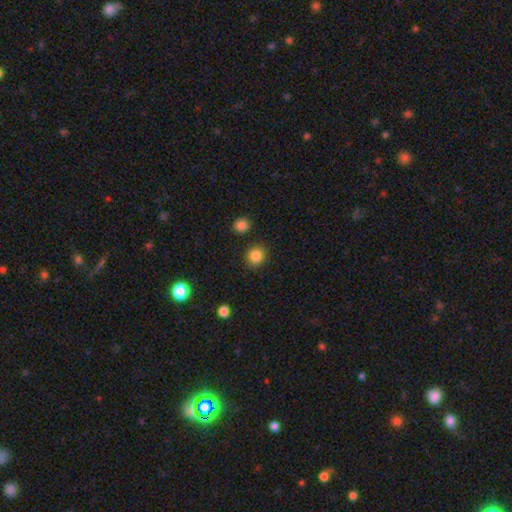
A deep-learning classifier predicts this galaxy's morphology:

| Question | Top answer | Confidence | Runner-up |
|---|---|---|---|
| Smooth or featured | smooth | 86% | star or artifact (10%) |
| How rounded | round | 82% | in between (17%) |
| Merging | none | 87% | minor disturbance (8%) |